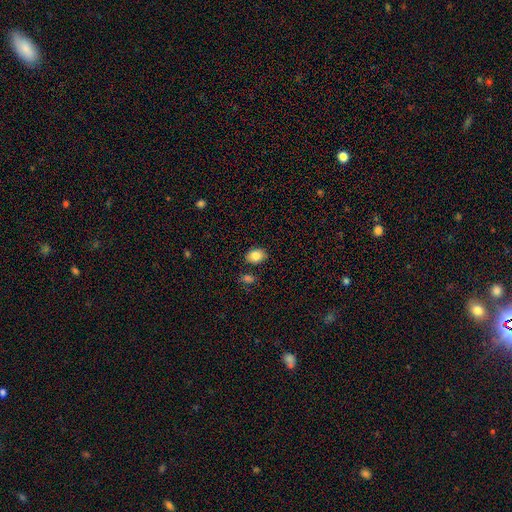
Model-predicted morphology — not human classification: Smooth or featured? Predicted: smooth (p=0.85). How rounded? Predicted: in between (p=0.70). Merging? Predicted: none (p=0.82).